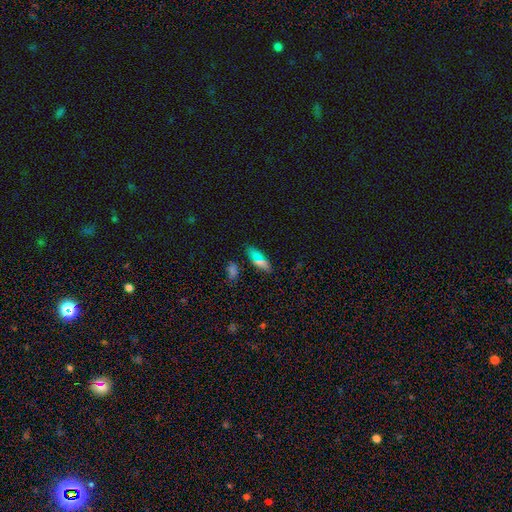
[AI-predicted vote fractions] This appears to be a smooth galaxy with no disk features (70%) that is in between round and cigar-shaped (71%). Merging: none (82%).